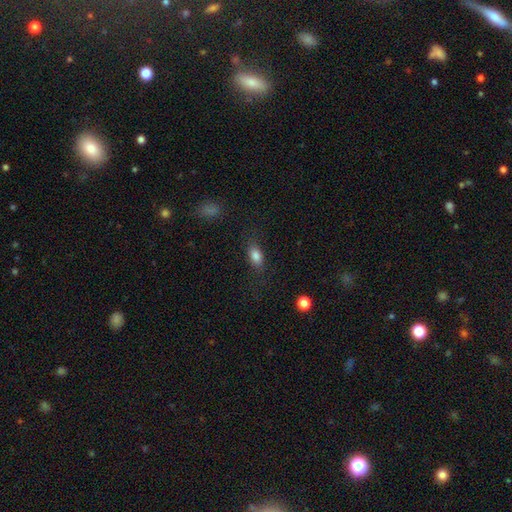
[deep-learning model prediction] Smooth or featured?
  - smooth: 84% *
  - star or artifact: 9%
  - featured or disk: 8%
How rounded?
  - in between: 84% *
  - round: 10%
  - cigar-shaped: 7%
Merging?
  - none: 78% *
  - minor disturbance: 14%
  - major disturbance: 6%
  - merger: 1%